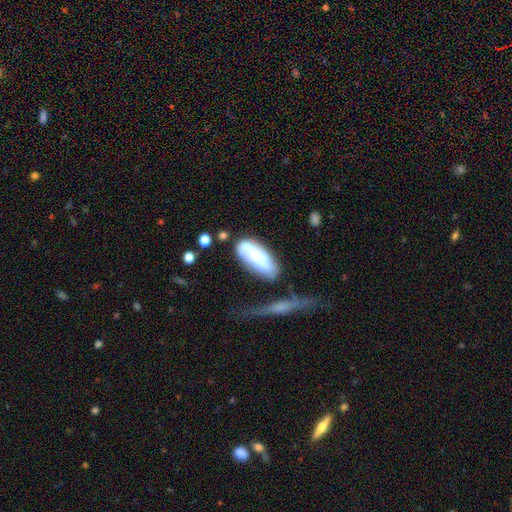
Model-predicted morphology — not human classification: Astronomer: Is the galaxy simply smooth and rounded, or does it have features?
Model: smooth — 49% (runner-up: featured or disk, 43%).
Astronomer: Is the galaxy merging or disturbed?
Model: none — 42% (runner-up: minor disturbance, 26%).